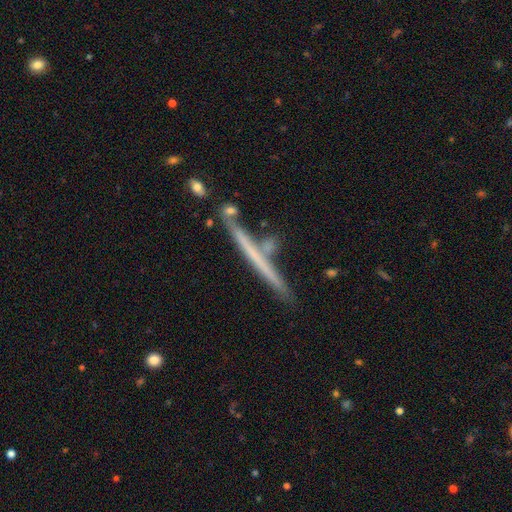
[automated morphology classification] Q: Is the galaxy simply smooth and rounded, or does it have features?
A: featured or disk — 54%.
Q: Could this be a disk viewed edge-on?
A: yes — 96%.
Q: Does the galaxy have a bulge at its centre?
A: none — 91%.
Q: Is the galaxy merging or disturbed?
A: none — 76%.